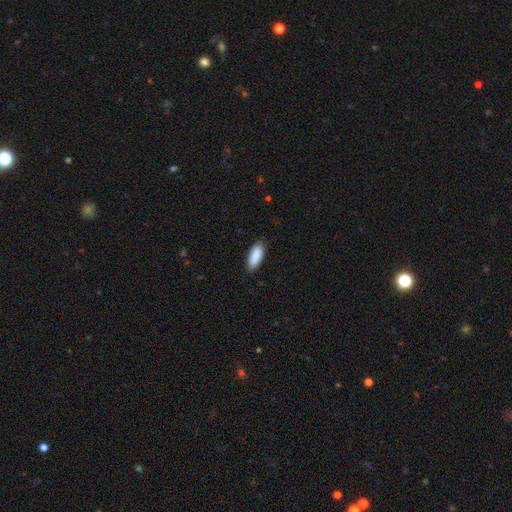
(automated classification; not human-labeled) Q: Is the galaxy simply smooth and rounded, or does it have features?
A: smooth — 91%.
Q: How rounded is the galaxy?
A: in between — 81%.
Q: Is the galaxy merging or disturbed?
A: none — 86%.